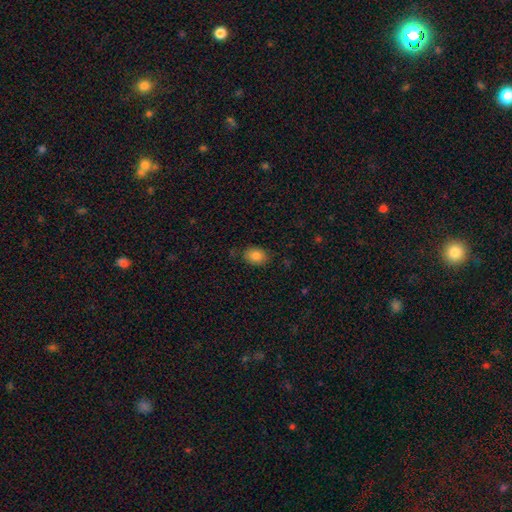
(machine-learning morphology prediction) This is clearly a smooth galaxy (85%). How rounded: likely in between (68%). Merging: clearly none (82%).